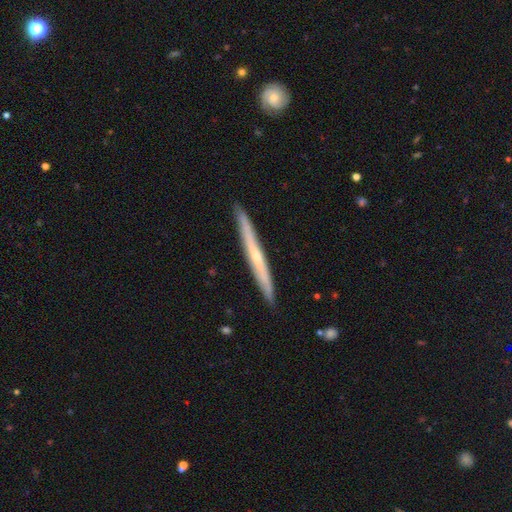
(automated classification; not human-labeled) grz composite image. It shows a featured or disk galaxy (61%) viewed edge-on (95%) with no central bulge (51%). Merging: none (90%).